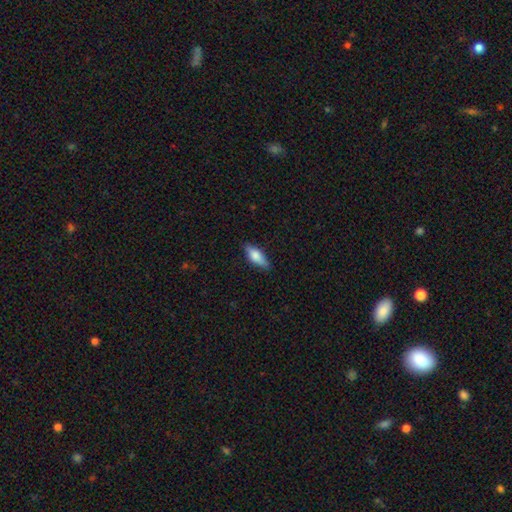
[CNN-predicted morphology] A smooth galaxy with no disk features (74%) that is in between round and cigar-shaped (70%). Merging: none (81%).